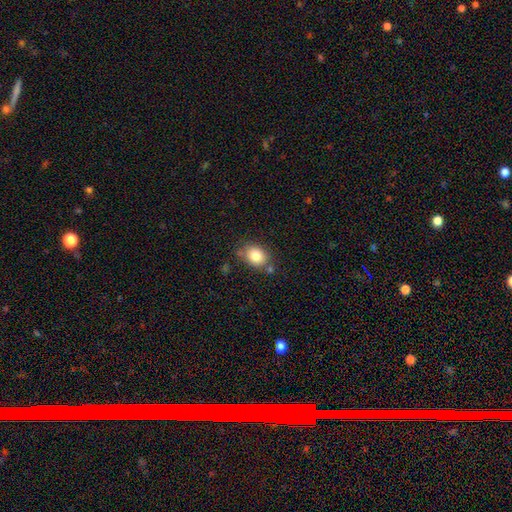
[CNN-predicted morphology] A smooth galaxy with no disk features (82%) that is in between round and cigar-shaped (53%).

Vote fractions:
- Smooth or featured? smooth: 82% / star or artifact: 9% / featured or disk: 8%
- How rounded? in between: 53% / round: 46% / cigar-shaped: 1%
- Merging? none: 72% / minor disturbance: 16% / merger: 7% / major disturbance: 4%